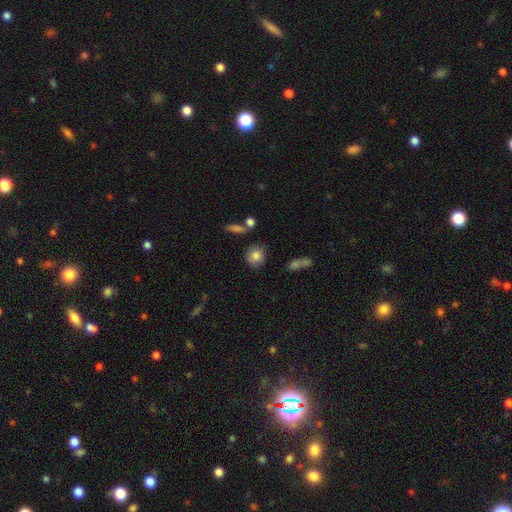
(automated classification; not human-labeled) This is clearly a smooth galaxy (83%). How rounded: likely round (77%). Merging: likely none (78%).